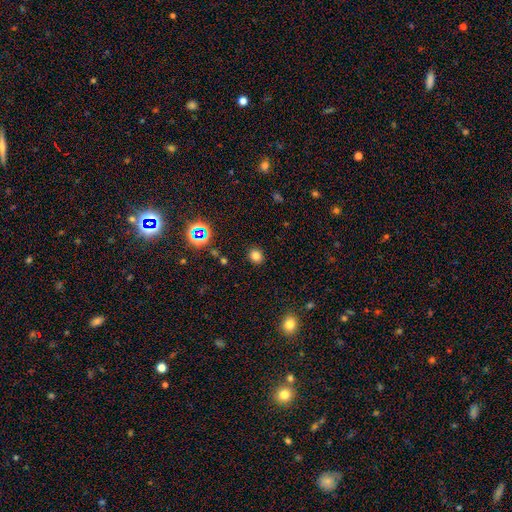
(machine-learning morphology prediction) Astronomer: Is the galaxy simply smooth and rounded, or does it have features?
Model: smooth — 77%.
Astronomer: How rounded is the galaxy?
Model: round — 77%.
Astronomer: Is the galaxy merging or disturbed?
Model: none — 89%.